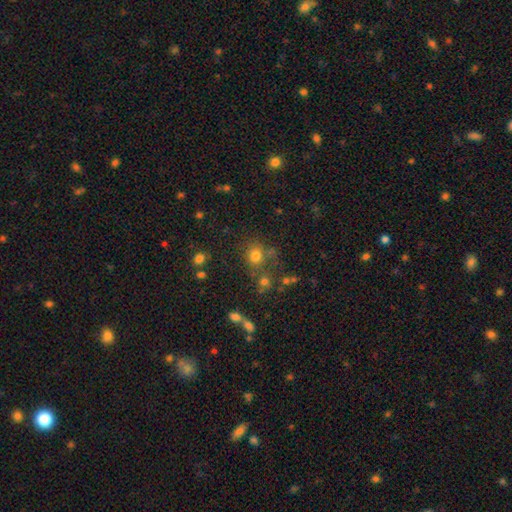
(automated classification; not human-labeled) Smooth or featured?
  - smooth: 73% *
  - star or artifact: 18%
  - featured or disk: 9%
How rounded?
  - round: 83% *
  - in between: 16%
  - cigar-shaped: 1%
Merging?
  - none: 67% *
  - merger: 15%
  - minor disturbance: 12%
  - major disturbance: 6%